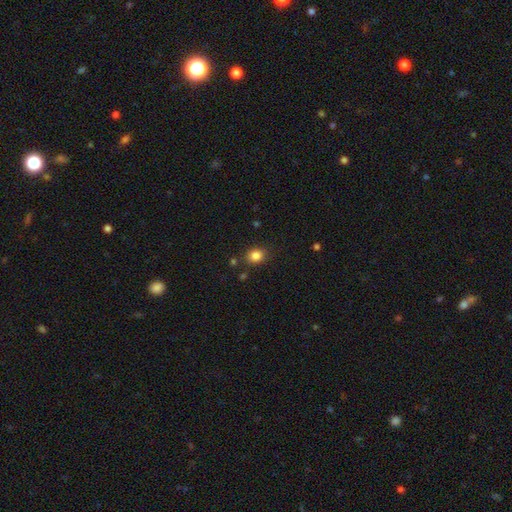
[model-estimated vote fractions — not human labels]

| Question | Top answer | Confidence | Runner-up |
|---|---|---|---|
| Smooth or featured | smooth | 83% | star or artifact (11%) |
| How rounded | round | 59% | in between (40%) |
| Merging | none | 83% | minor disturbance (10%) |